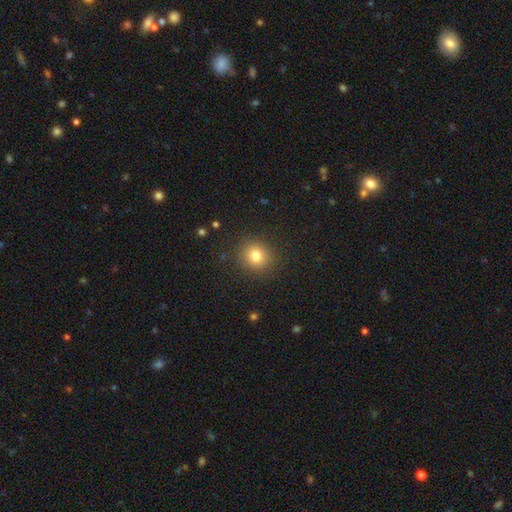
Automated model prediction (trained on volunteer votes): A smooth galaxy with no disk features (80%) that is round (83%).

Vote fractions:
- Smooth or featured? smooth: 80% / star or artifact: 12% / featured or disk: 8%
- How rounded? round: 83% / in between: 16% / cigar-shaped: 1%
- Merging? none: 89% / minor disturbance: 7% / major disturbance: 3% / merger: 1%